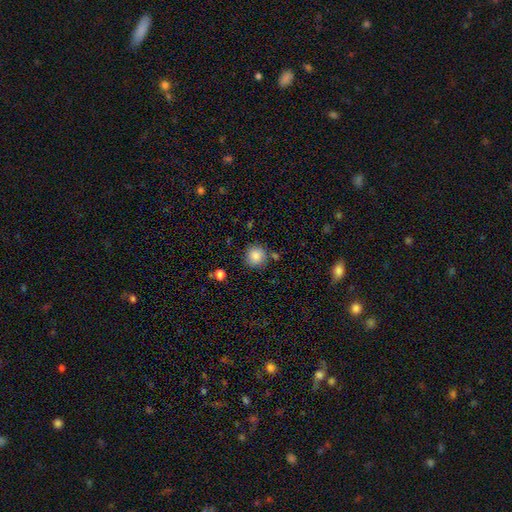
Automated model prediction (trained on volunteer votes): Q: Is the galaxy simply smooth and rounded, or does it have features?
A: smooth — 87%.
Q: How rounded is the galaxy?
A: round — 93%.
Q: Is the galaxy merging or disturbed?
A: none — 83%.